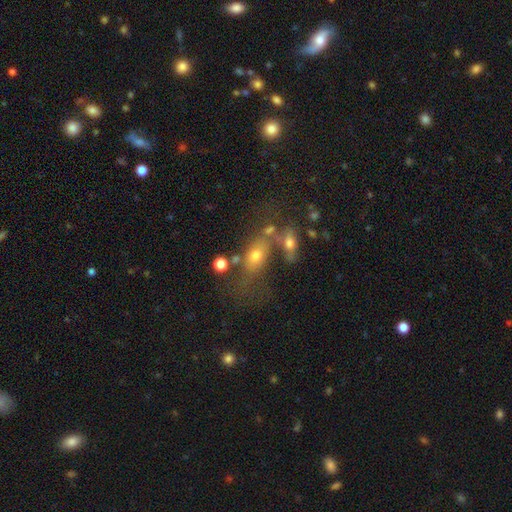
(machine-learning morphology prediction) Smooth or featured?
  - smooth: 61% *
  - featured or disk: 23%
  - star or artifact: 15%
How rounded?
  - in between: 72% *
  - round: 17%
  - cigar-shaped: 11%
Merging?
  - none: 43% *
  - merger: 25%
  - minor disturbance: 16%
  - major disturbance: 15%